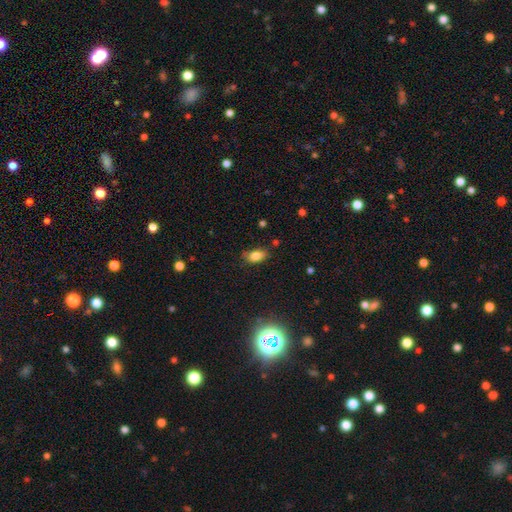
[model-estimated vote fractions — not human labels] This appears to be a smooth galaxy with no disk features (81%) that is in between round and cigar-shaped (87%). Merging: none (74%).